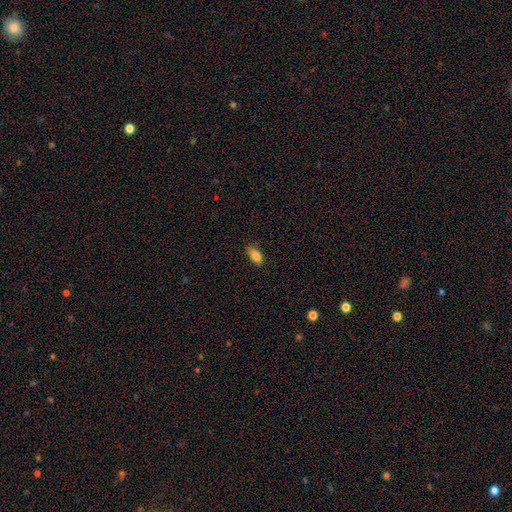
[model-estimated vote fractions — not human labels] smooth_or_featured: smooth (p=0.86) [alt: star or artifact p=0.08]
how_rounded: in between (p=0.89) [alt: cigar-shaped p=0.08]
merging: none (p=0.80) [alt: minor disturbance p=0.16]